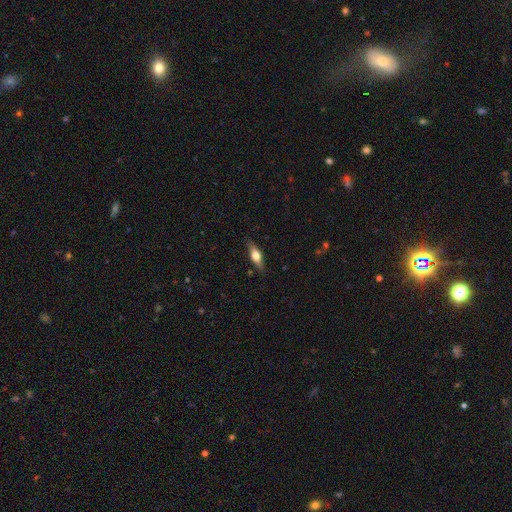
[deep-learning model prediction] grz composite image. It shows a smooth galaxy with no disk features (55%) that is in between round and cigar-shaped (55%). Merging: none (84%).